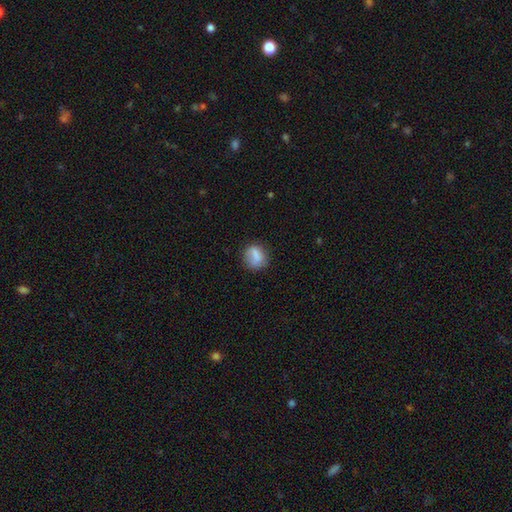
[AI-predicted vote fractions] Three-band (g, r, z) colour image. It shows a smooth galaxy with no disk features (78%) that is round (65%). Merging: none (71%).